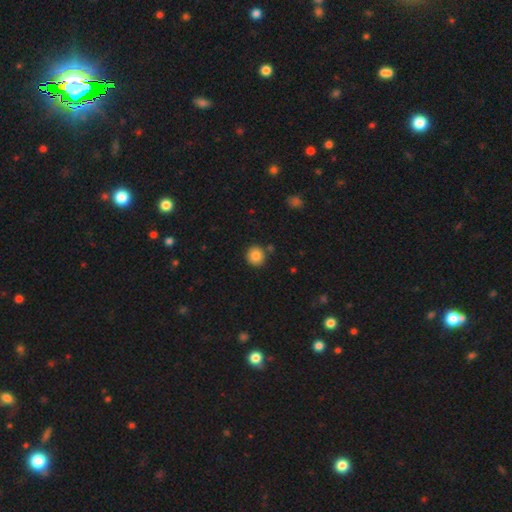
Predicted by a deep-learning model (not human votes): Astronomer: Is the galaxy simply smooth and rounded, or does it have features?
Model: smooth — 85%.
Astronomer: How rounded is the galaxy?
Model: round — 93%.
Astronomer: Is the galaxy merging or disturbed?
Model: none — 87%.